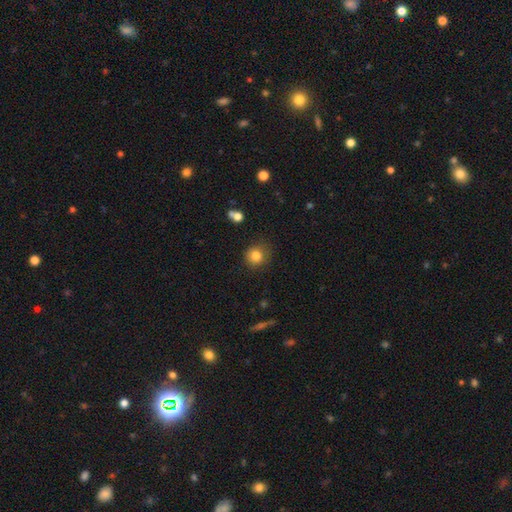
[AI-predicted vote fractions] smooth-or-featured: smooth: 82% | star or artifact: 11% | featured or disk: 6%
  how-rounded: round: 87% | in between: 12% | cigar-shaped: 1%
  merging: none: 82% | minor disturbance: 13% | major disturbance: 3% | merger: 2%